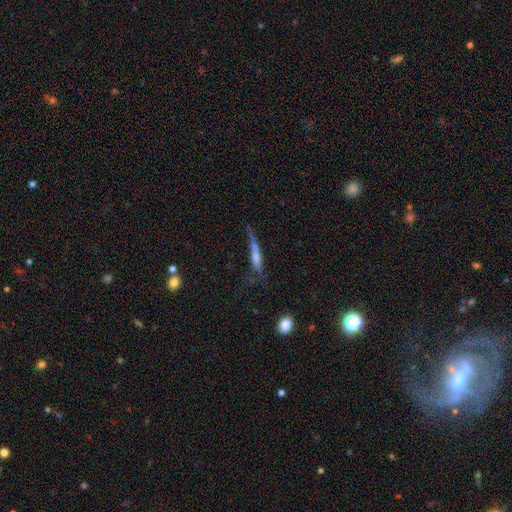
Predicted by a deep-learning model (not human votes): Morphology: type=smooth (51%); roundness=cigar-shaped (85%); merging=none (38%).